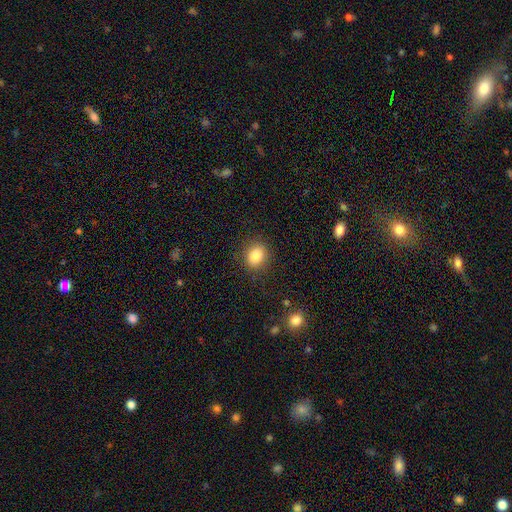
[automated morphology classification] smooth 85%, star or artifact 10%, featured or disk 5%. Down the decision tree: how rounded — round (58%); merging — none (86%).